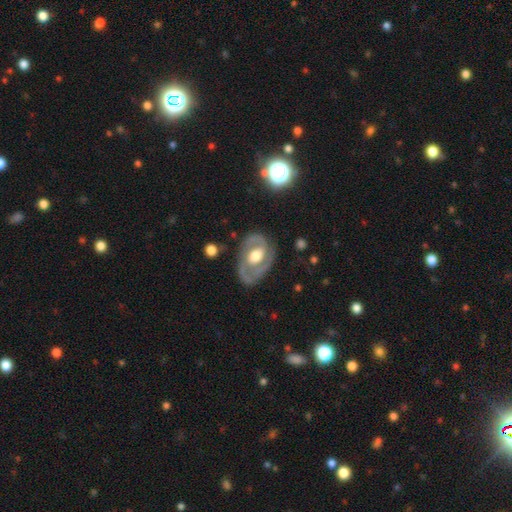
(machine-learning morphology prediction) This appears to be a featured or disk galaxy (78%) with no bar (58%), 2 (75%) medium (44%) spiral arms (76%) and a moderate central bulge (58%). Merging: none (70%).